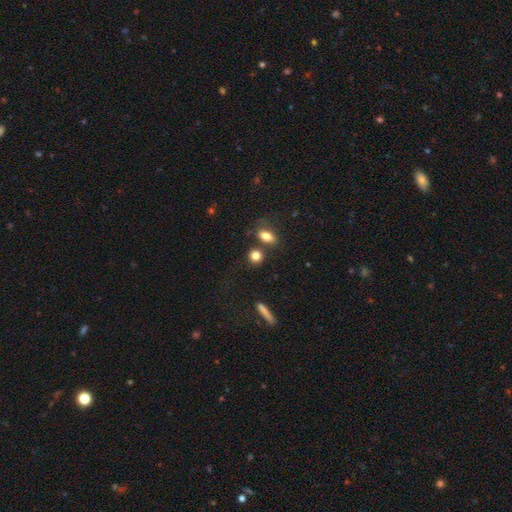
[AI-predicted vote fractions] A smooth galaxy with no disk features (82%) that is round (65%). Merging: none (71%).